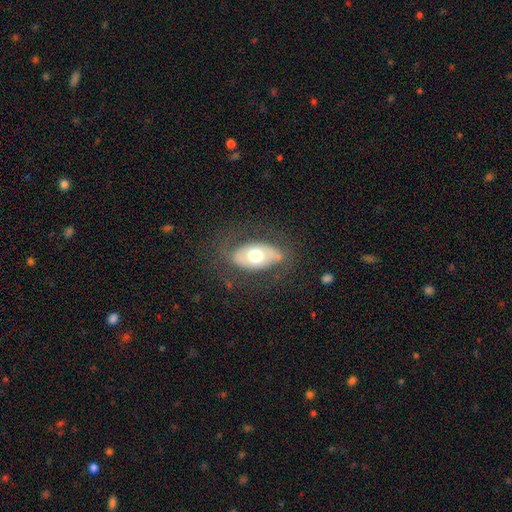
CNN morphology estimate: The model was most divided on "smooth or featured": smooth: 48%, featured or disk: 46%, star or artifact: 6%. More confident: merging — none (75%).